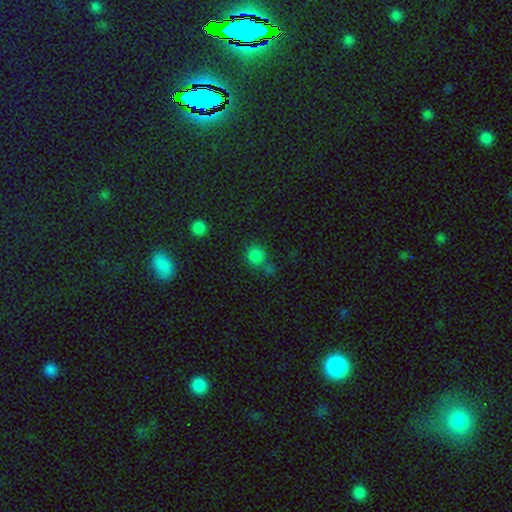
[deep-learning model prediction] This appears to be a smooth galaxy with no disk features (78%) that is round (88%). Merging: none (61%).